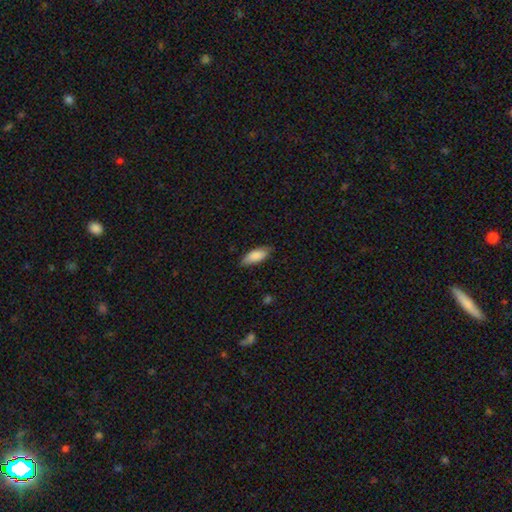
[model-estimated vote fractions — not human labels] smooth 85%, featured or disk 9%, star or artifact 6%. Down the decision tree: how rounded — in between (77%); merging — none (79%).